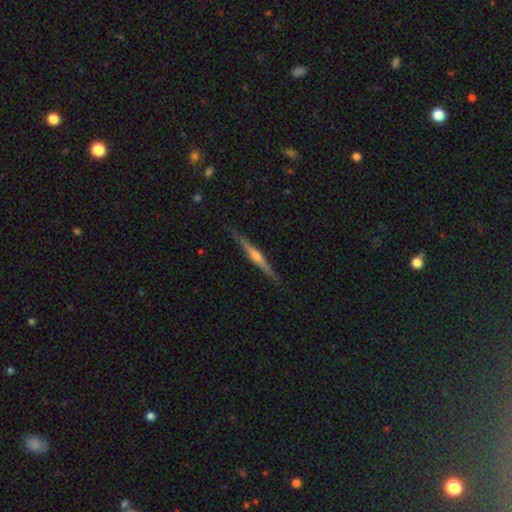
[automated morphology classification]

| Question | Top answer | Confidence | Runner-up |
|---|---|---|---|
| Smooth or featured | featured or disk | 77% | smooth (17%) |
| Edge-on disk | yes | 98% | no (2%) |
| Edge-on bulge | rounded | 80% | boxy (10%) |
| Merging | none | 89% | minor disturbance (9%) |